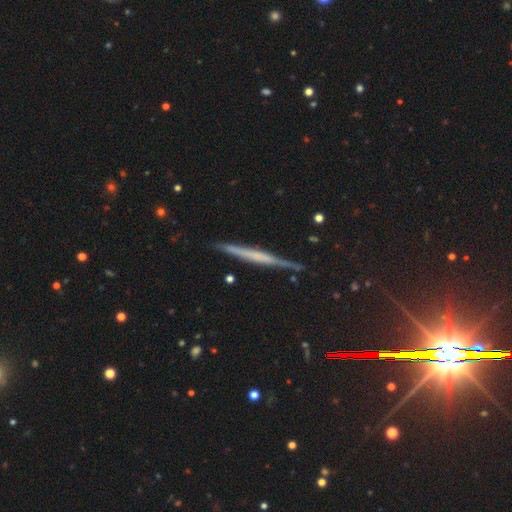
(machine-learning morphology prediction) type=featured or disk (63%); edge-on=yes (97%); edge-on bulge=none (64%); merging=none (86%).